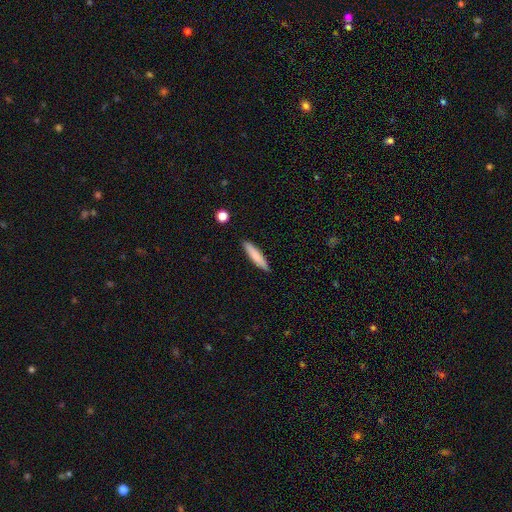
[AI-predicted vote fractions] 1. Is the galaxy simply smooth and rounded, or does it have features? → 79% smooth, 15% featured or disk, 6% star or artifact.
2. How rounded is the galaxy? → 87% cigar-shaped, 12% in between, 1% round.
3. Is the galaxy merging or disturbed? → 89% none, 8% minor disturbance, 2% major disturbance, 1% merger.